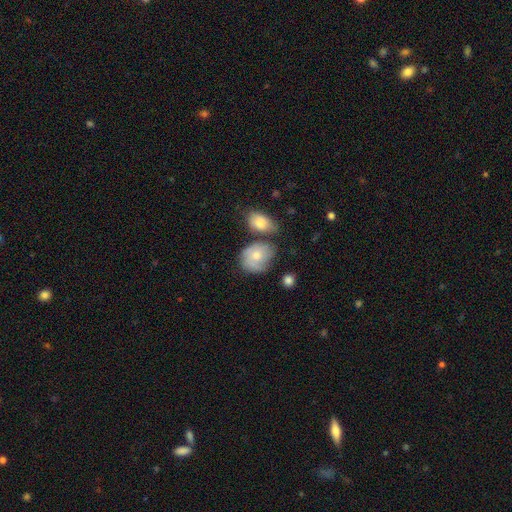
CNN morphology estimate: Smooth or featured: smooth — 62% (featured or disk — 31%)
How rounded: in between — 51% (round — 48%)
Merging: none — 44% (minor disturbance — 27%)